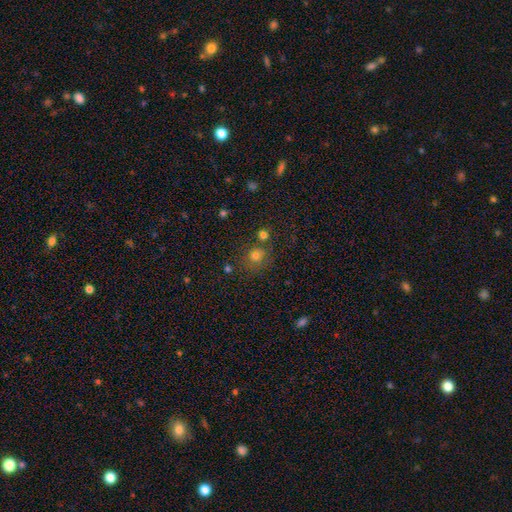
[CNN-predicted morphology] Smooth or featured?
  - smooth: 74% *
  - star or artifact: 17%
  - featured or disk: 9%
How rounded?
  - round: 84% *
  - in between: 15%
  - cigar-shaped: 1%
Merging?
  - none: 66% *
  - merger: 16%
  - minor disturbance: 12%
  - major disturbance: 6%